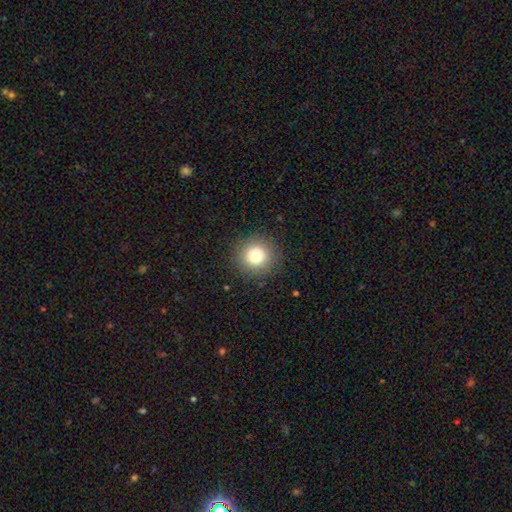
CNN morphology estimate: smooth_or_featured: smooth (p=0.79) [alt: star or artifact p=0.12]
how_rounded: round (p=0.94) [alt: in between p=0.05]
merging: none (p=0.89) [alt: minor disturbance p=0.07]